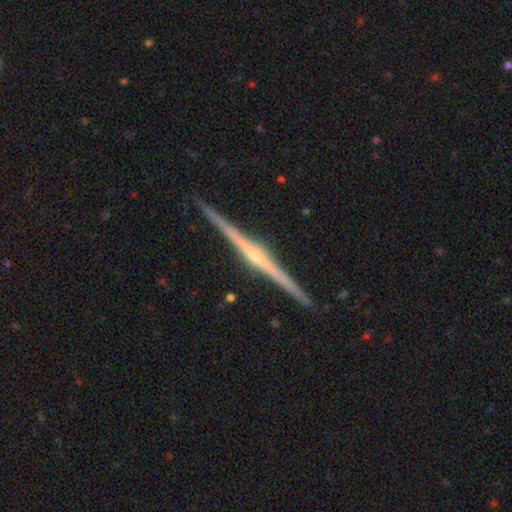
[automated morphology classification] Smooth or featured?
  - featured or disk: 87% *
  - smooth: 9%
  - star or artifact: 5%
Edge-on disk?
  - yes: 99% *
  - no: 1%
Edge-on bulge?
  - rounded: 69% *
  - none: 20%
  - boxy: 10%
Merging?
  - none: 92% *
  - minor disturbance: 5%
  - major disturbance: 1%
  - merger: 1%